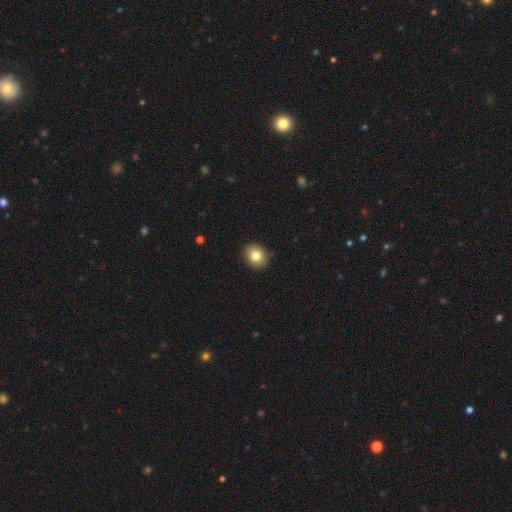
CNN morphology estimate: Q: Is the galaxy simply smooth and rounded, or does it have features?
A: smooth — 81%.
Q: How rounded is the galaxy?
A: round — 70%.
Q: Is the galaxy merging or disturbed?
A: none — 89%.